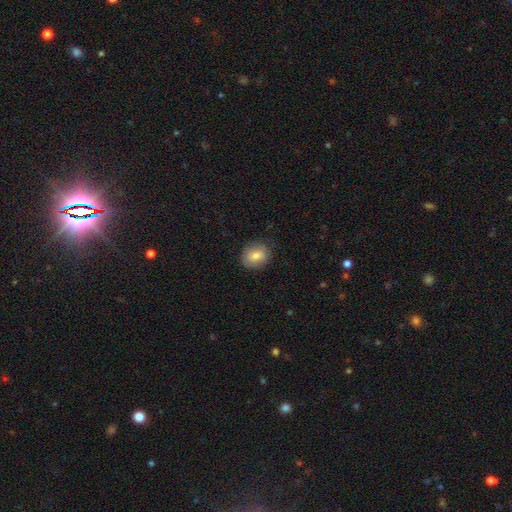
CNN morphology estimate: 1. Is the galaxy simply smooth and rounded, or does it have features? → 78% smooth, 14% featured or disk, 8% star or artifact.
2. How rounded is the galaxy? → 60% round, 39% in between, 1% cigar-shaped.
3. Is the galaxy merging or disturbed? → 82% none, 14% minor disturbance, 4% major disturbance, 1% merger.